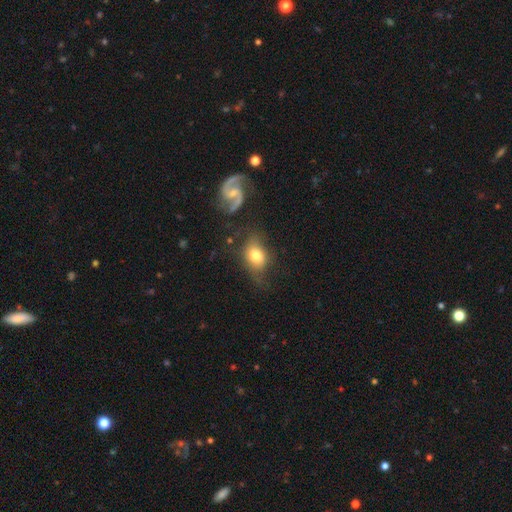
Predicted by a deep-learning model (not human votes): Smooth or featured: smooth — 69% (featured or disk — 23%)
How rounded: in between — 70% (round — 28%)
Merging: none — 51% (minor disturbance — 26%)